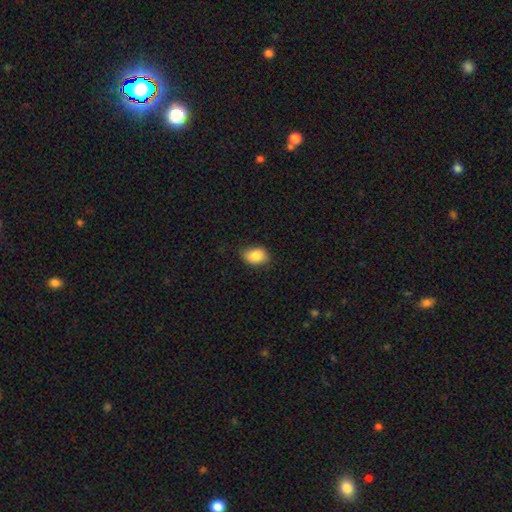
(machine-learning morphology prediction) Smooth or featured: smooth — 86% (star or artifact — 7%)
How rounded: in between — 78% (round — 20%)
Merging: none — 77% (minor disturbance — 19%)